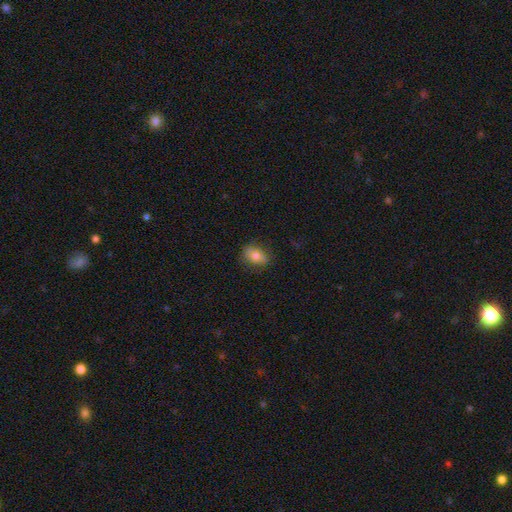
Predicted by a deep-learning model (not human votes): This is likely a smooth galaxy (74%). How rounded: likely in between (76%). Merging: likely none (78%).